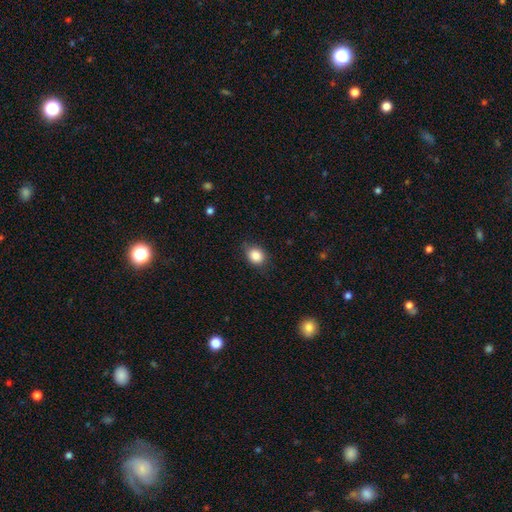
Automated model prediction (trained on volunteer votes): A smooth galaxy with no disk features (86%) that is round (59%). Merging: none (76%).